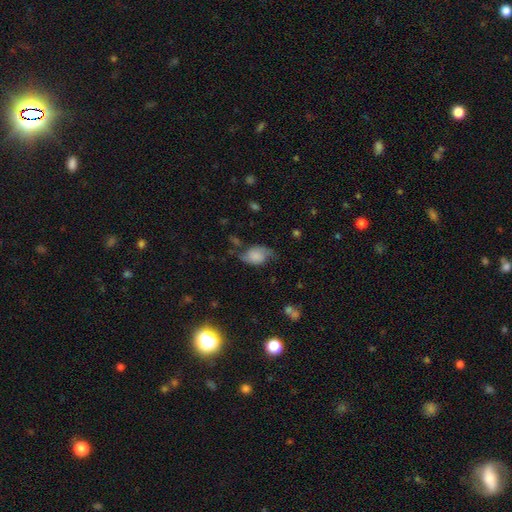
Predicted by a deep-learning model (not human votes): Smooth or featured? featured or disk (58%)
Edge-on disk? no (96%)
Bar? no (68%)
Spiral arms? yes (90%)
Spiral winding? loose (57%)
Spiral arm count? 2 (90%)
Bulge size? none (39%)
Merging? none (55%)